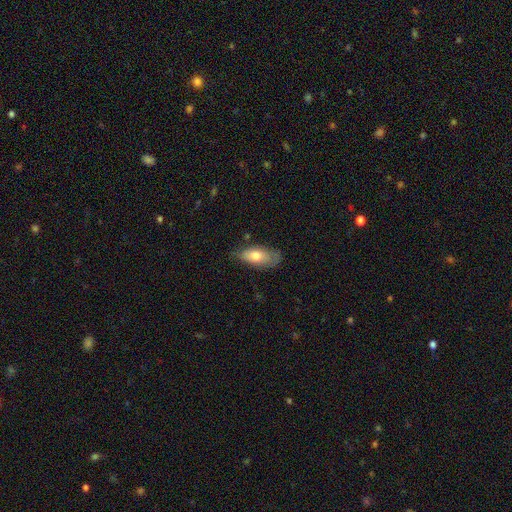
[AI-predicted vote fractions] Smooth or featured: smooth — 71% (featured or disk — 23%)
How rounded: in between — 86% (cigar-shaped — 10%)
Merging: none — 62% (minor disturbance — 29%)